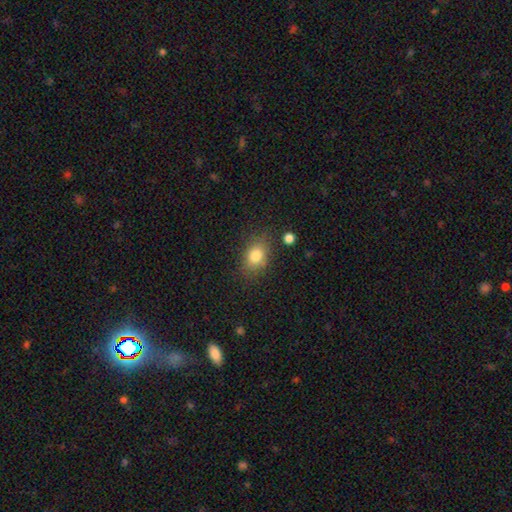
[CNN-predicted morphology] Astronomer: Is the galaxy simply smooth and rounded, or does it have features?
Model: smooth — 80%.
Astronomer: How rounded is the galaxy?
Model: in between — 69%.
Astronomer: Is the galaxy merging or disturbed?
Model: none — 75%.